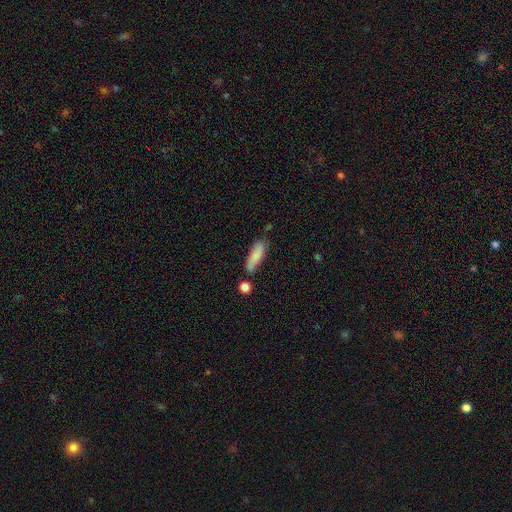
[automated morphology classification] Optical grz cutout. It shows a smooth galaxy with no disk features (80%) that is cigar-shaped (51%). Merging: none (63%).